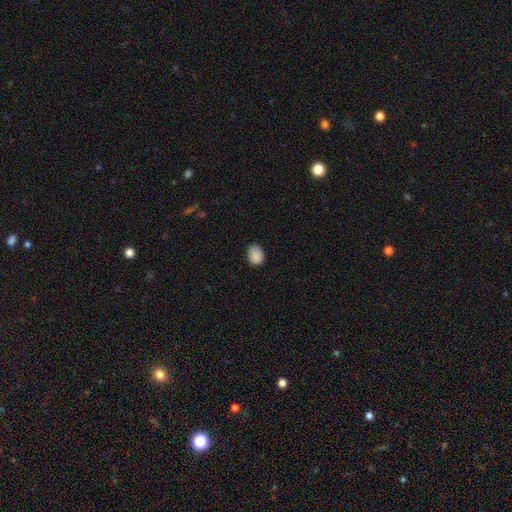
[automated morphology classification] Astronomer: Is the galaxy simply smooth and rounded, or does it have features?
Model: smooth — 88%.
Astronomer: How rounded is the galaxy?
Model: in between — 60% (runner-up: round, 39%).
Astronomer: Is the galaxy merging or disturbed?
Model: none — 77%.